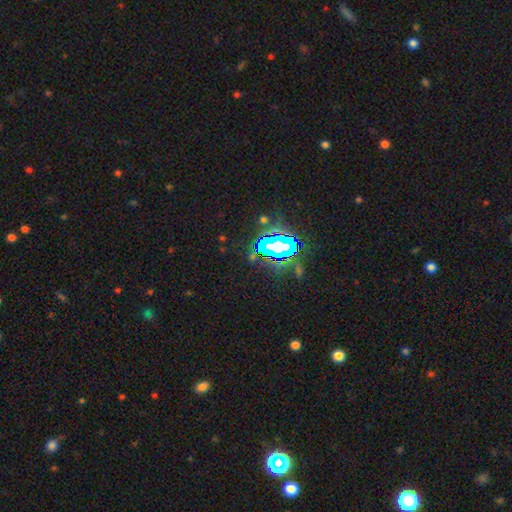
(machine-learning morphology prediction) Smooth or featured? Predicted: star or artifact (p=0.76).